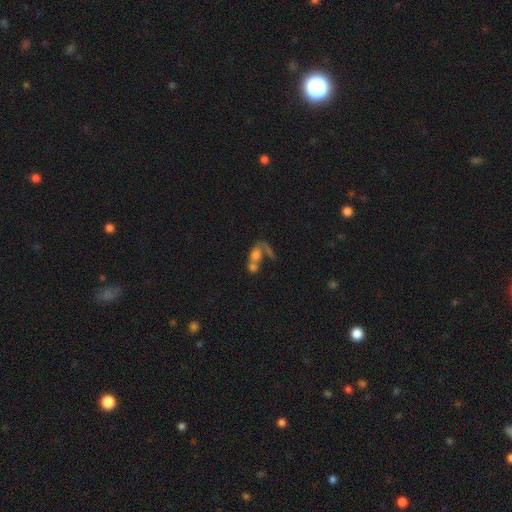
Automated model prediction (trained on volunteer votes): Q: Smooth or featured?
A: smooth (48%); runner-up: featured or disk (35%)
Q: Merging?
A: merger (59%); runner-up: none (19%)